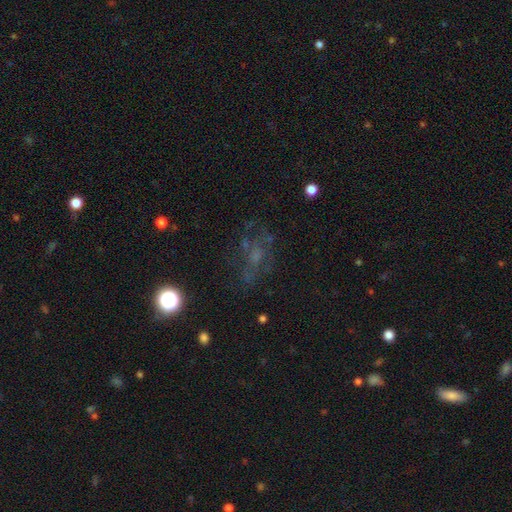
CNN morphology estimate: Smooth or featured? Predicted: featured or disk (p=0.44). Merging? Predicted: none (p=0.54).